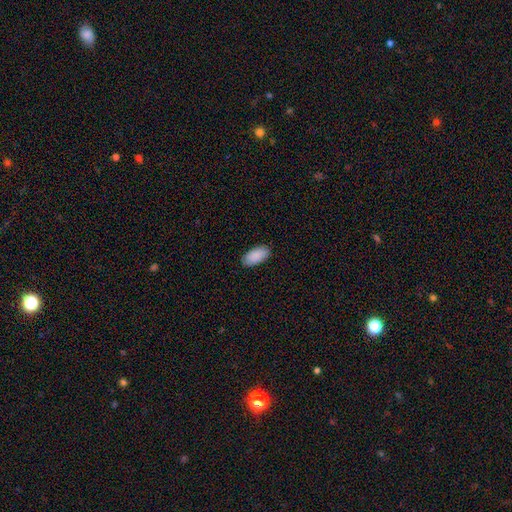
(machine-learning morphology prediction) Smooth or featured? smooth (90%)
How rounded? in between (93%)
Merging? none (88%)